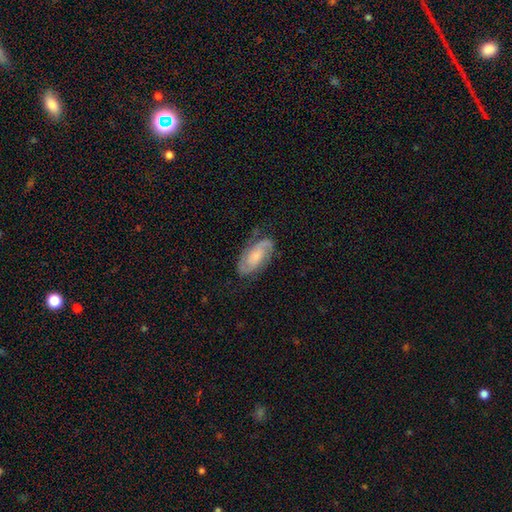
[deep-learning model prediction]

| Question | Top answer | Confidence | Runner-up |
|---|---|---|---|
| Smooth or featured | featured or disk | 79% | smooth (14%) |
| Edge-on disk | no | 96% | yes (4%) |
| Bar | no | 58% | weak (33%) |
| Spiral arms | yes | 96% | no (4%) |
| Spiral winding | medium | 44% | tight (41%) |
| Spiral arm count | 2 | 87% | can't tell (7%) |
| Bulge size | small | 43% | moderate (32%) |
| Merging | none | 75% | minor disturbance (17%) |